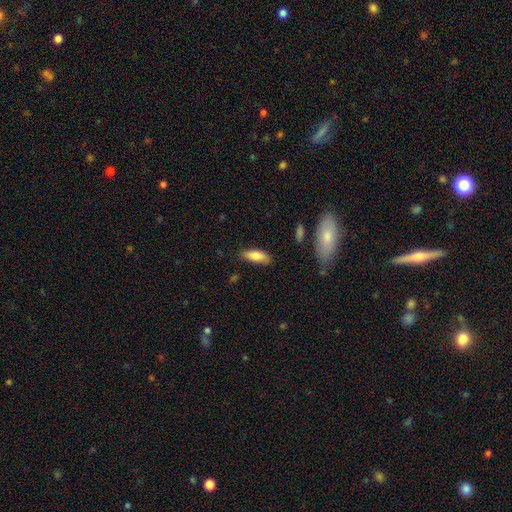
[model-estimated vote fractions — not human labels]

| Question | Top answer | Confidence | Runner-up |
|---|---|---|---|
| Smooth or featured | smooth | 80% | featured or disk (14%) |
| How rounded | in between | 63% | cigar-shaped (35%) |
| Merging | none | 79% | minor disturbance (16%) |